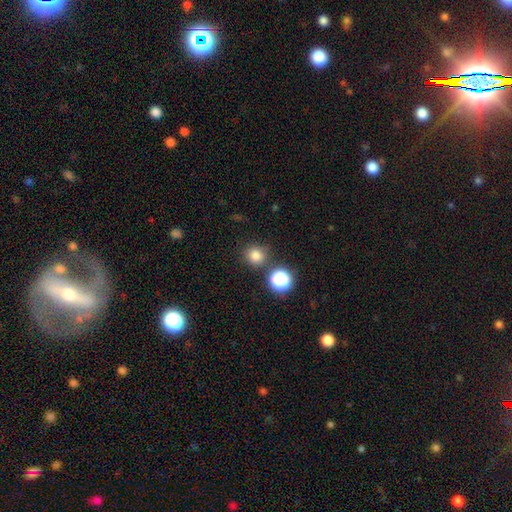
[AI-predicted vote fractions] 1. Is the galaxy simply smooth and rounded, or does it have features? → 78% smooth, 16% star or artifact, 5% featured or disk.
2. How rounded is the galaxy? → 91% round, 8% in between, 1% cigar-shaped.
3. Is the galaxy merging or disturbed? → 80% none, 9% minor disturbance, 7% merger, 3% major disturbance.